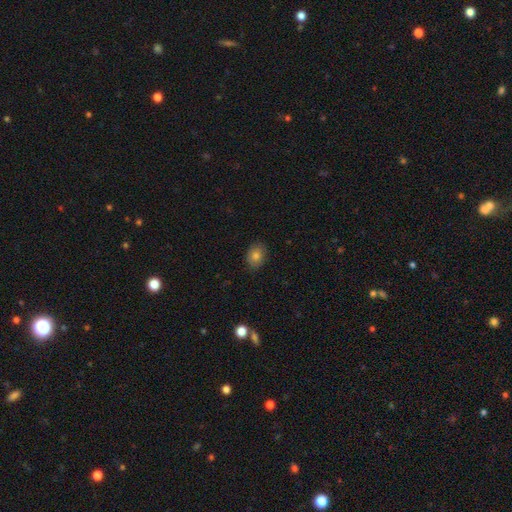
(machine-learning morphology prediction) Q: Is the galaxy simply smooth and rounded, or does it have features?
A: smooth — 82%.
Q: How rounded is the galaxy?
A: in between — 63%.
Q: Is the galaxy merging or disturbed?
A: none — 85%.